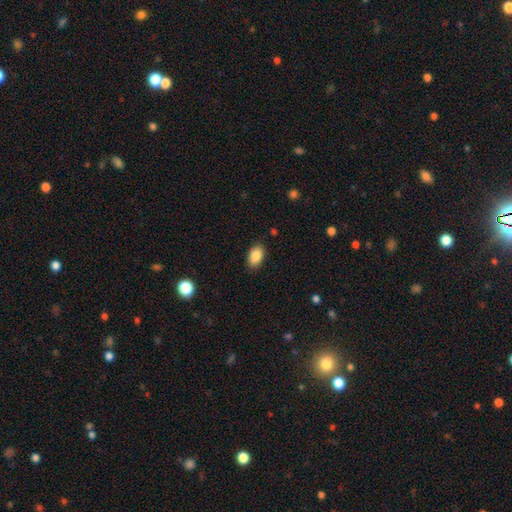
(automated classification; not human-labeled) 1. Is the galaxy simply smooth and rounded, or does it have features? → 87% smooth, 8% star or artifact, 5% featured or disk.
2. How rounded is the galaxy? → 91% in between, 7% round, 2% cigar-shaped.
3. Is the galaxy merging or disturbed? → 87% none, 10% minor disturbance, 2% major disturbance, 1% merger.